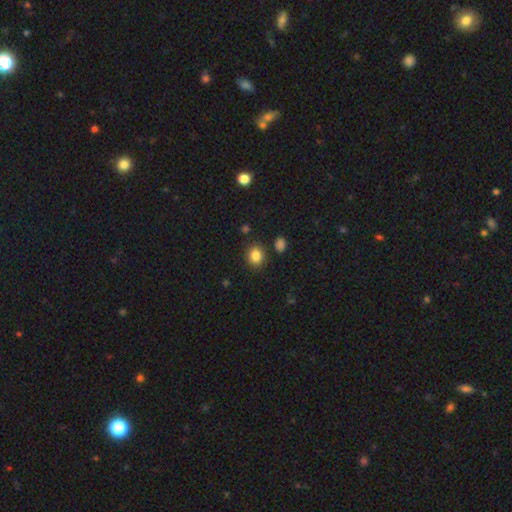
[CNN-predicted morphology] Smooth or featured? Predicted: smooth (p=0.85). How rounded? Predicted: round (p=0.73). Merging? Predicted: none (p=0.85).